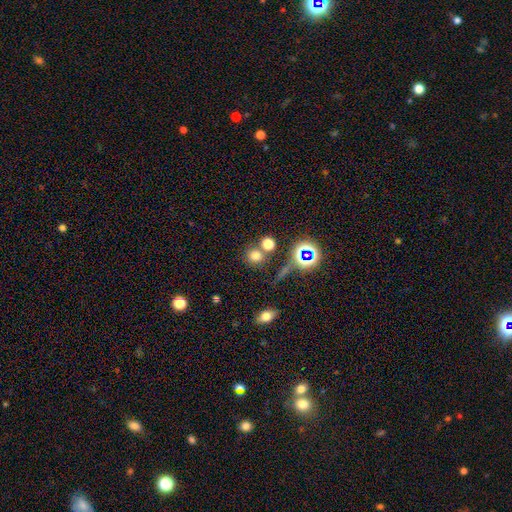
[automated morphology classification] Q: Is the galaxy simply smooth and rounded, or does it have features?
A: smooth — 69%.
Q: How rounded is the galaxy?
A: round — 86%.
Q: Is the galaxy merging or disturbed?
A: none — 68%.